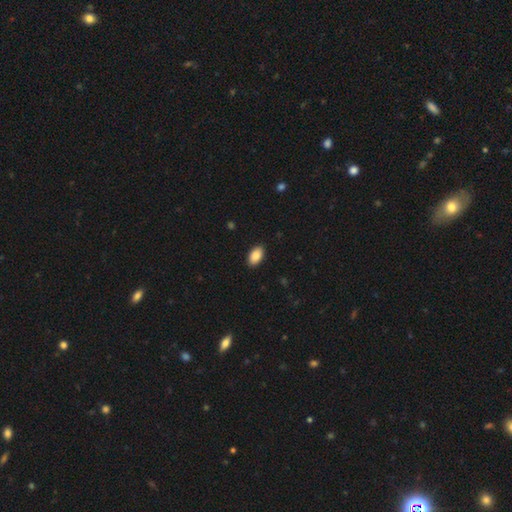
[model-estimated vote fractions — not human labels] A smooth galaxy with no disk features (89%) that is in between round and cigar-shaped (94%).

Vote fractions:
- Smooth or featured? smooth: 89% / star or artifact: 7% / featured or disk: 4%
- How rounded? in between: 94% / round: 4% / cigar-shaped: 2%
- Merging? none: 90% / minor disturbance: 7% / major disturbance: 2% / merger: 1%